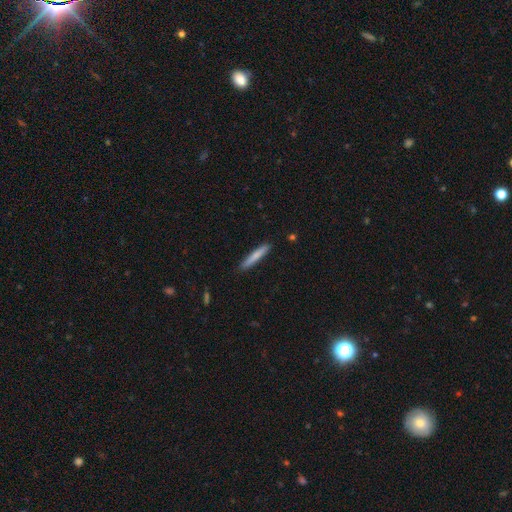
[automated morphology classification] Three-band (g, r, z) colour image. It shows a smooth galaxy with no disk features (74%) that is cigar-shaped (94%). Merging: none (88%).